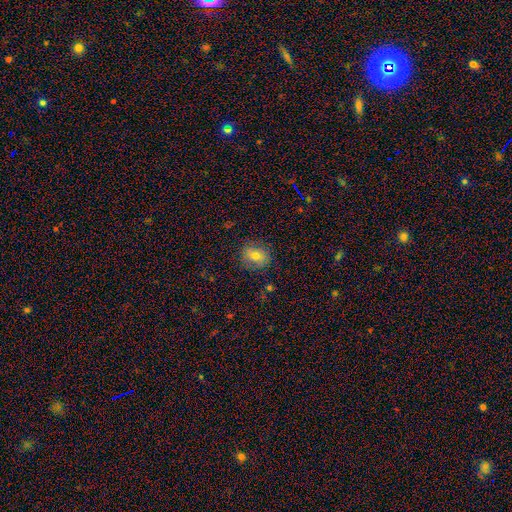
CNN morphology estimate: Smooth or featured? smooth (70%)
How rounded? round (67%)
Merging? none (82%)